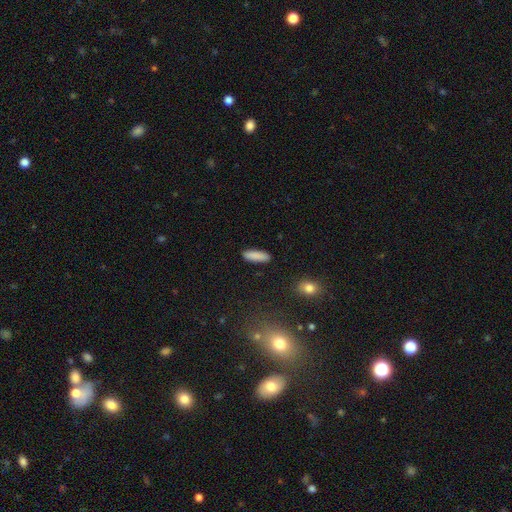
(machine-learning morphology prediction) Q: Smooth or featured?
A: smooth (88%); runner-up: star or artifact (7%)
Q: How rounded?
A: cigar-shaped (52%); runner-up: in between (46%)
Q: Merging?
A: none (89%); runner-up: minor disturbance (8%)